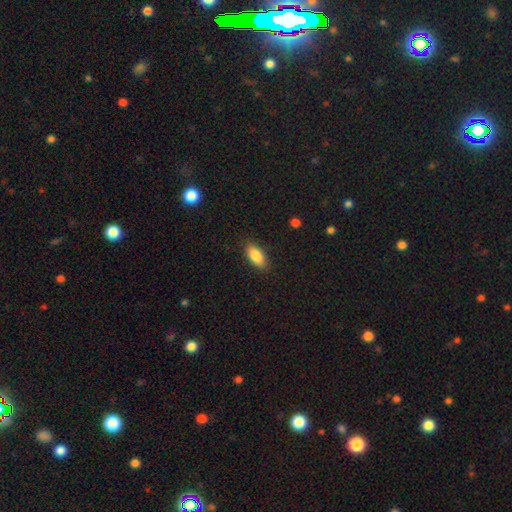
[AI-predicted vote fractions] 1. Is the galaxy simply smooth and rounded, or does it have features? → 87% smooth, 7% star or artifact, 7% featured or disk.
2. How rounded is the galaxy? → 89% in between, 8% cigar-shaped, 3% round.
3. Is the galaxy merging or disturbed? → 87% none, 10% minor disturbance, 2% major disturbance, 1% merger.